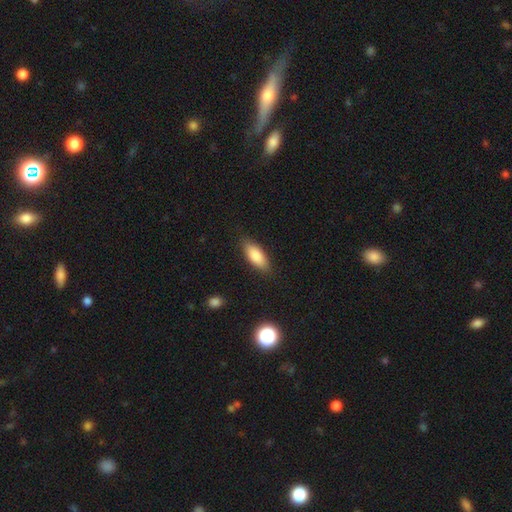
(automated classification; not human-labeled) A smooth galaxy with no disk features (82%) that is in between round and cigar-shaped (75%). Merging: none (84%).